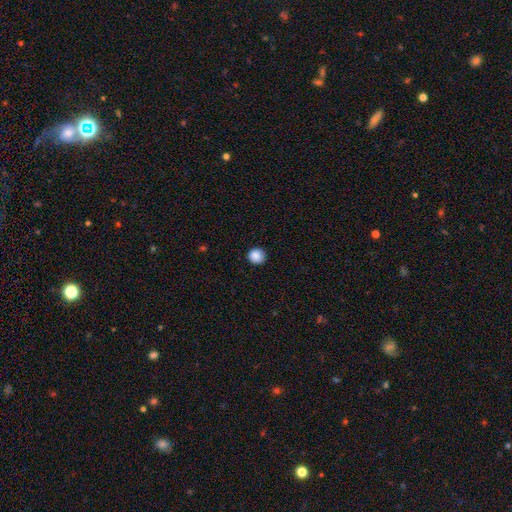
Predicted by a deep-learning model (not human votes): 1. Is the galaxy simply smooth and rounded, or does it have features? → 88% smooth, 9% star or artifact, 3% featured or disk.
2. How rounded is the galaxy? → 93% round, 6% in between, 1% cigar-shaped.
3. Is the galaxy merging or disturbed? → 89% none, 8% minor disturbance, 2% major disturbance, 1% merger.